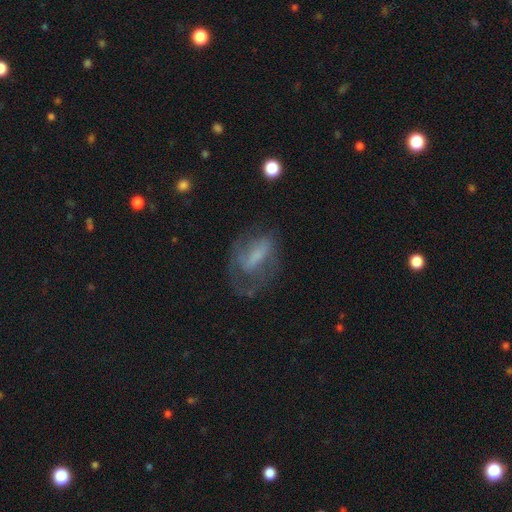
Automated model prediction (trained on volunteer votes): featured or disk 58%, smooth 31%, star or artifact 11%. Down the decision tree: edge-on disk — no (93%); bar — weak (37%); spiral arms — yes (63%); bulge size — none (39%); merging — none (45%).